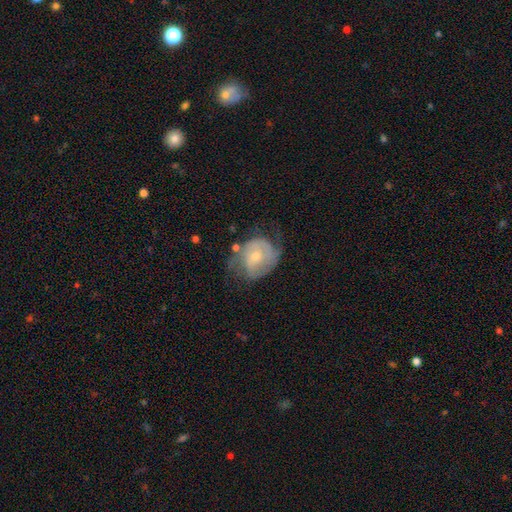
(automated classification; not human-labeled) A featured or disk galaxy (67%) with no bar (65%), 2 (55%) tight (41%) spiral arms (80%) and a small central bulge (54%).

Vote fractions:
- Smooth or featured? featured or disk: 67% / smooth: 26% / star or artifact: 7%
- Edge-on disk? no: 97% / yes: 3%
- Bar? no: 65% / weak: 29% / strong: 6%
- Spiral arms? yes: 80% / no: 20%
- Spiral winding? tight: 41% / medium: 39% / loose: 20%
- Spiral arm count? 2: 55% / can't tell: 27% / 1: 8% / 3: 7% / 4: 2% / more than 4: 2%
- Bulge size? small: 54% / moderate: 41% / none: 2% / large: 2% / dominant: 1%
- Merging? none: 46% / minor disturbance: 29% / major disturbance: 21% / merger: 4%